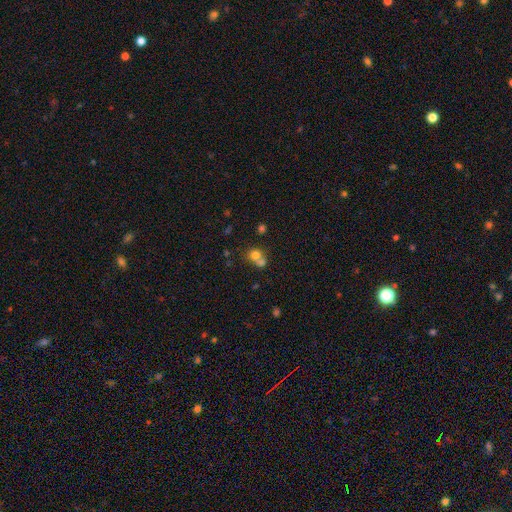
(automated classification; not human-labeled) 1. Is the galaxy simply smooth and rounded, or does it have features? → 73% smooth, 13% featured or disk, 13% star or artifact.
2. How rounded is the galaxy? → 75% round, 24% in between, 1% cigar-shaped.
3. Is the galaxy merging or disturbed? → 57% merger, 34% none, 6% minor disturbance, 3% major disturbance.